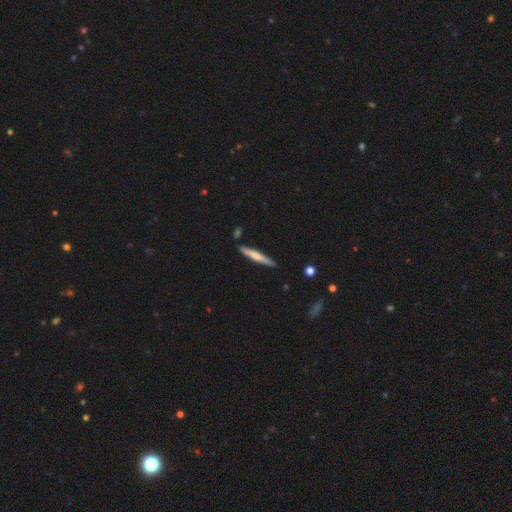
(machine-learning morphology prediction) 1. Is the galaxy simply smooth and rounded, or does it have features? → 59% smooth, 36% featured or disk, 5% star or artifact.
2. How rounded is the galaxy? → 94% cigar-shaped, 5% in between, 1% round.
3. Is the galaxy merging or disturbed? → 85% none, 10% minor disturbance, 3% merger, 2% major disturbance.